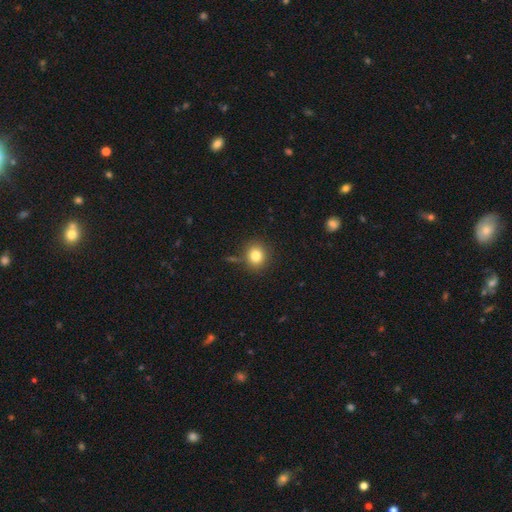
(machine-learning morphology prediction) smooth_or_featured: smooth (p=0.81) [alt: star or artifact p=0.11]
how_rounded: round (p=0.82) [alt: in between p=0.17]
merging: none (p=0.82) [alt: minor disturbance p=0.10]